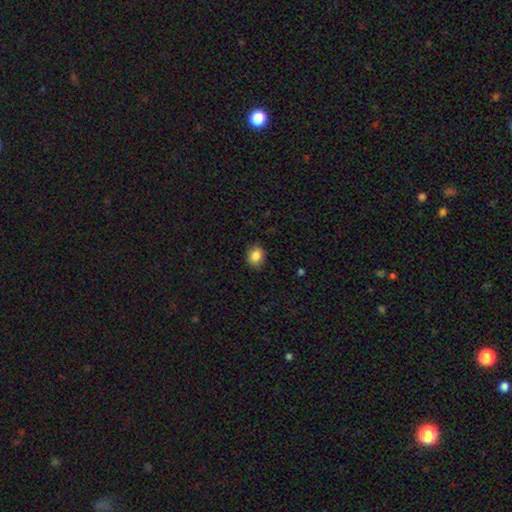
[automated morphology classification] smooth_or_featured: smooth (p=0.86) [alt: star or artifact p=0.09]
how_rounded: round (p=0.59) [alt: in between p=0.40]
merging: none (p=0.86) [alt: minor disturbance p=0.10]